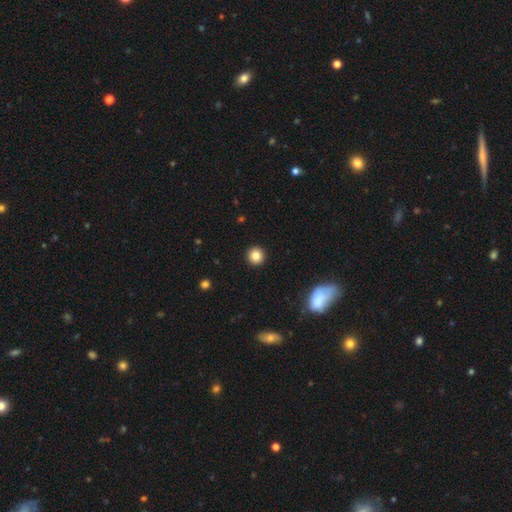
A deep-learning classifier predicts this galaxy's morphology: This is clearly a smooth galaxy (84%). How rounded: clearly round (94%). Merging: clearly none (93%).